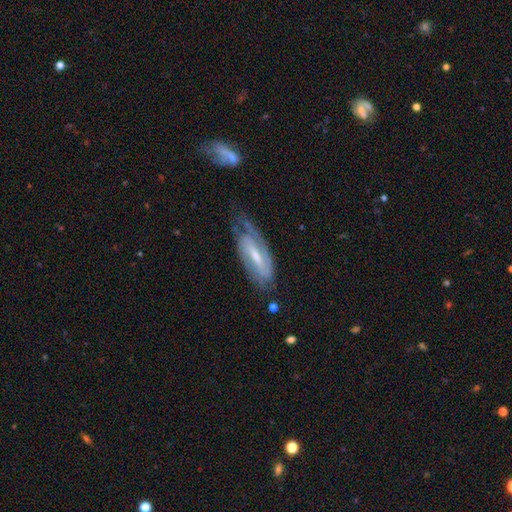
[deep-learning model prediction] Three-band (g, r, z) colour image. It shows a featured or disk galaxy (80%) with a strong bar (43%, tied with weak), 2 (74%) tight (44%) spiral arms (92%) and a small central bulge (49%). Merging: none (61%).